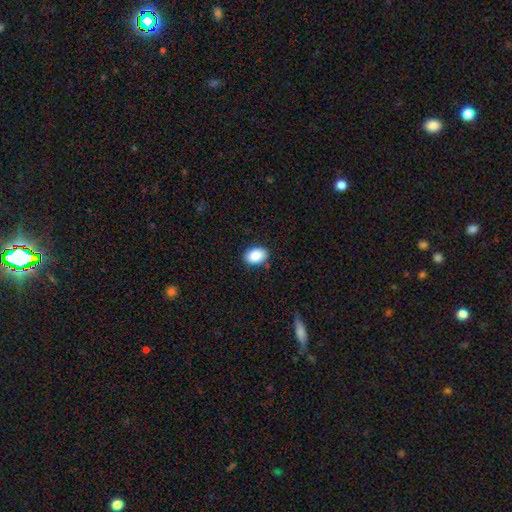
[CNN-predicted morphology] This is clearly a smooth galaxy (86%). How rounded: clearly in between (82%). Merging: clearly none (86%).